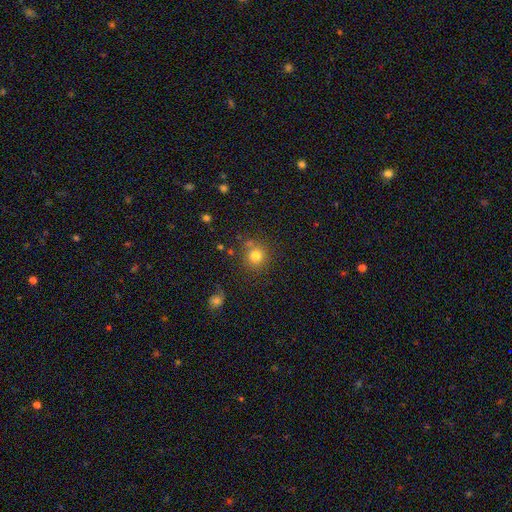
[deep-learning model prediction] Smooth or featured?
  - smooth: 78% *
  - star or artifact: 14%
  - featured or disk: 7%
How rounded?
  - round: 90% *
  - in between: 9%
  - cigar-shaped: 1%
Merging?
  - none: 79% *
  - minor disturbance: 11%
  - merger: 6%
  - major disturbance: 4%